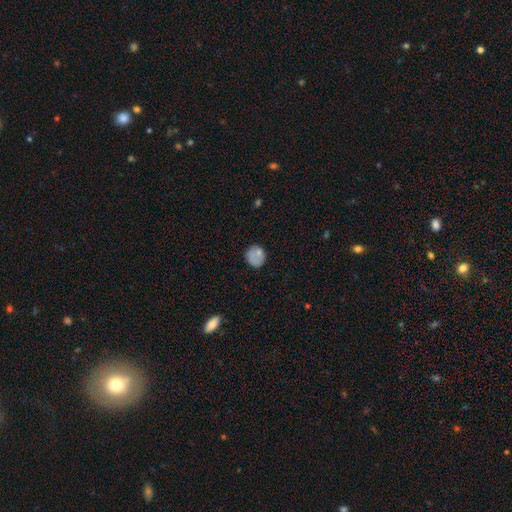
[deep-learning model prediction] Smooth or featured? smooth (76%)
How rounded? round (82%)
Merging? none (69%)